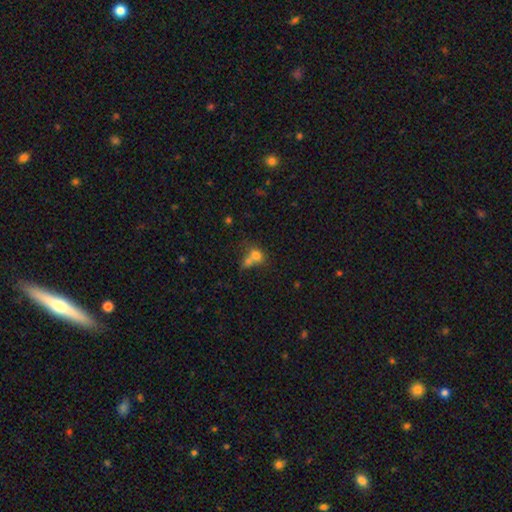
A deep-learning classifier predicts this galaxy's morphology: This appears to be a smooth galaxy with no disk features (71%) that is round (61%). Merging: merger (58%).